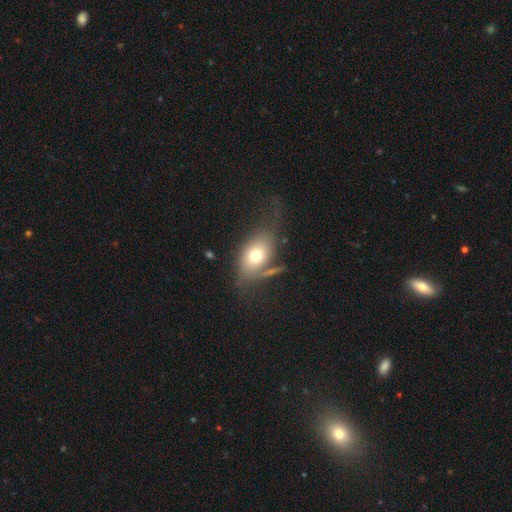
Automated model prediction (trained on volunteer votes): Smooth or featured?
  - smooth: 67% *
  - featured or disk: 23%
  - star or artifact: 10%
How rounded?
  - in between: 78% *
  - round: 19%
  - cigar-shaped: 2%
Merging?
  - none: 46% *
  - major disturbance: 22%
  - minor disturbance: 22%
  - merger: 10%